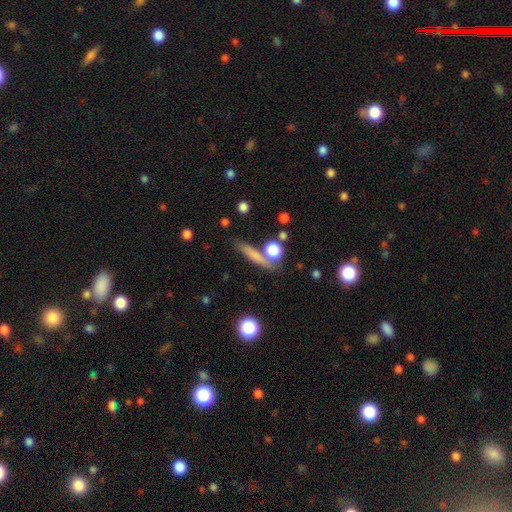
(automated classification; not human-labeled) Overall: smooth (67%). How rounded: cigar-shaped (73%). Merging: none (72%).